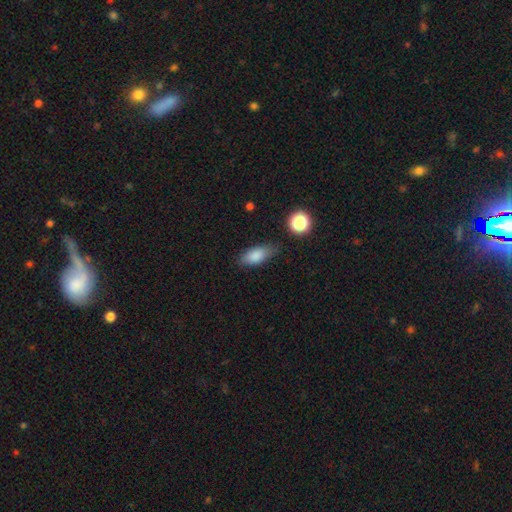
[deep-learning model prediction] A smooth galaxy with no disk features (84%) that is in between round and cigar-shaped (83%).

Vote fractions:
- Smooth or featured? smooth: 84% / star or artifact: 9% / featured or disk: 8%
- How rounded? in between: 83% / cigar-shaped: 12% / round: 5%
- Merging? none: 73% / minor disturbance: 20% / major disturbance: 5% / merger: 3%